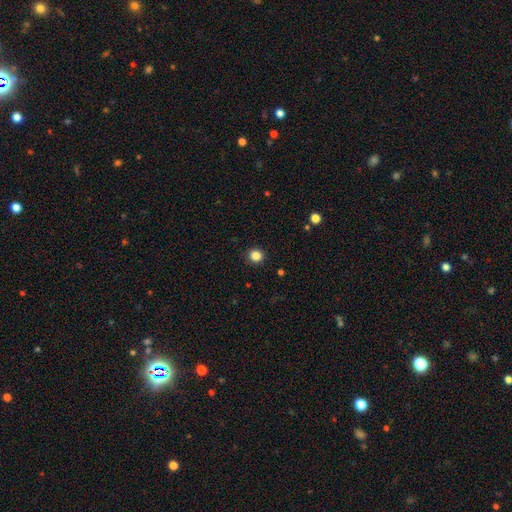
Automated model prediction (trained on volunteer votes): The model was most divided on "smooth or featured": smooth: 85%, star or artifact: 11%, featured or disk: 4%. More confident: merging — none (91%); how rounded — round (90%).